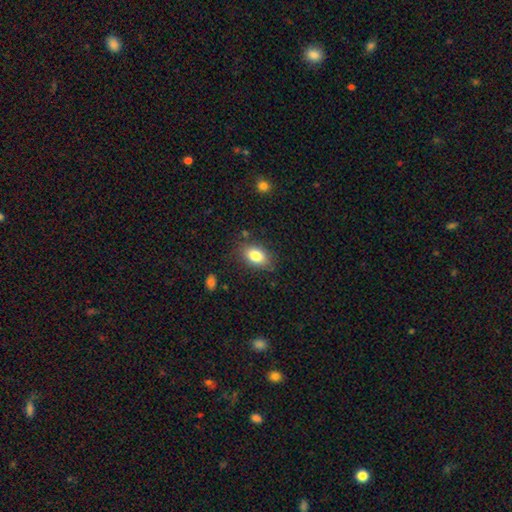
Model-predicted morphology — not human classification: The model was most divided on "merging": none: 80%, minor disturbance: 14%, major disturbance: 4%, merger: 2%. More confident: how rounded — in between (88%); smooth or featured — smooth (82%).